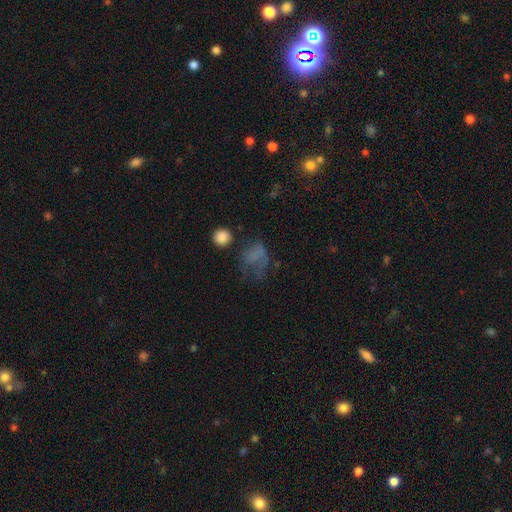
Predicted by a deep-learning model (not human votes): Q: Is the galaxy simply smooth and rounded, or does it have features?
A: smooth — 52%.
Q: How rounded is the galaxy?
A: in between — 56%.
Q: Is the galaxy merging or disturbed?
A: major disturbance — 41%.